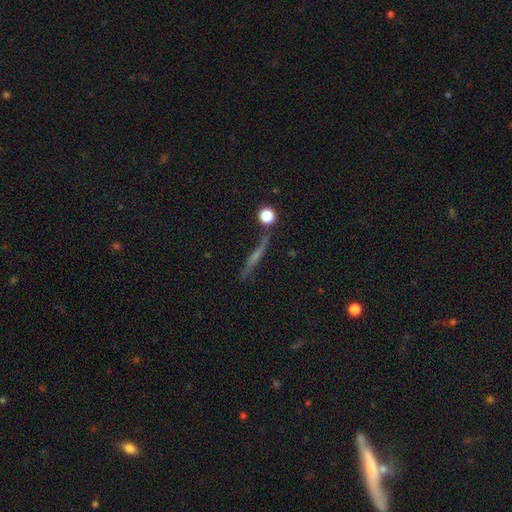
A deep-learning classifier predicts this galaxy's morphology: Overall: featured or disk (56%; smooth 30%). Edge-on disk: yes (89%). Merging: none (74%).